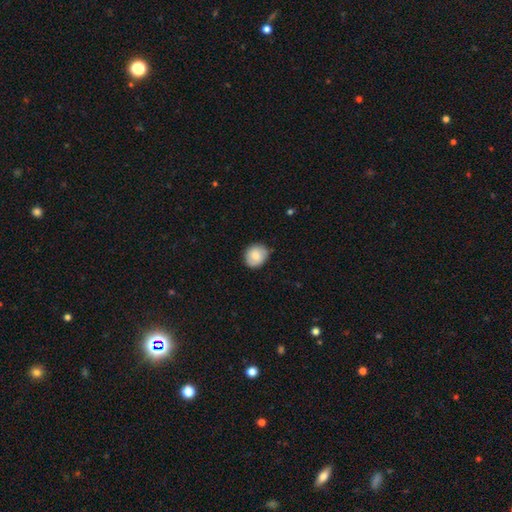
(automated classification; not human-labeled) Smooth or featured: smooth — 81% (featured or disk — 11%)
How rounded: round — 72% (in between — 27%)
Merging: none — 81% (minor disturbance — 16%)